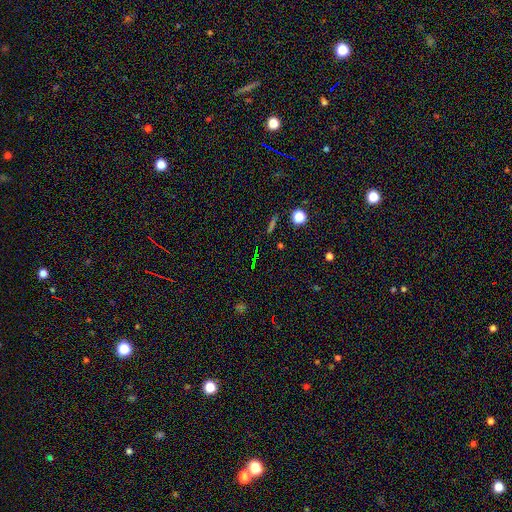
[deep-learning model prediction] Smooth or featured? star or artifact (65%)